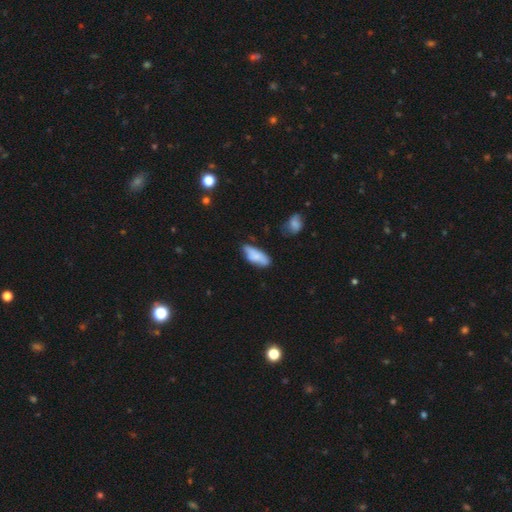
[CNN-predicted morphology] Smooth or featured?
  - smooth: 74% *
  - featured or disk: 19%
  - star or artifact: 7%
How rounded?
  - in between: 77% *
  - cigar-shaped: 20%
  - round: 2%
Merging?
  - none: 60% *
  - minor disturbance: 29%
  - major disturbance: 6%
  - merger: 4%